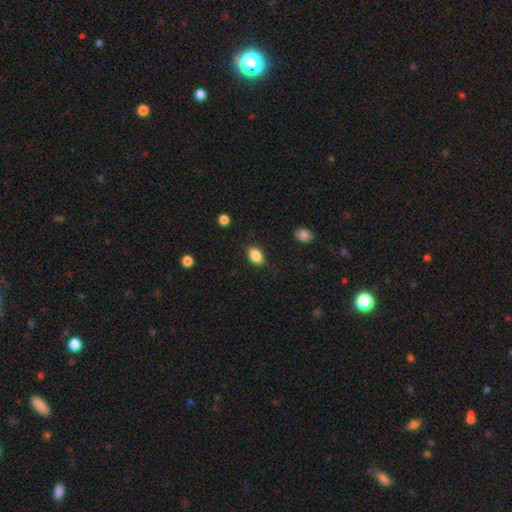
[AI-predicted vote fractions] smooth_or_featured: smooth (p=0.86) [alt: star or artifact p=0.08]
how_rounded: in between (p=0.85) [alt: round p=0.13]
merging: none (p=0.83) [alt: minor disturbance p=0.12]